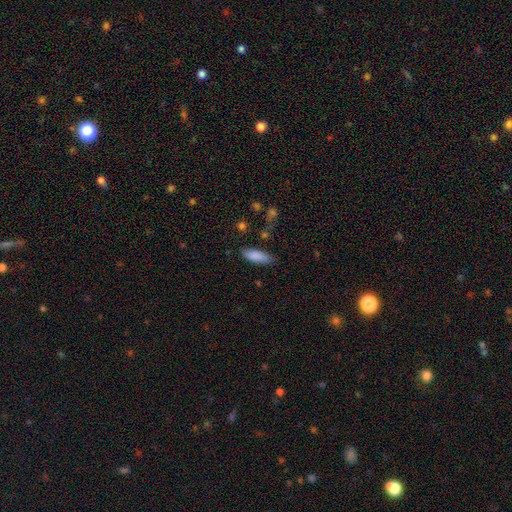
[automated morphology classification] A smooth galaxy with no disk features (87%) that is in between round and cigar-shaped (71%). Merging: none (78%).